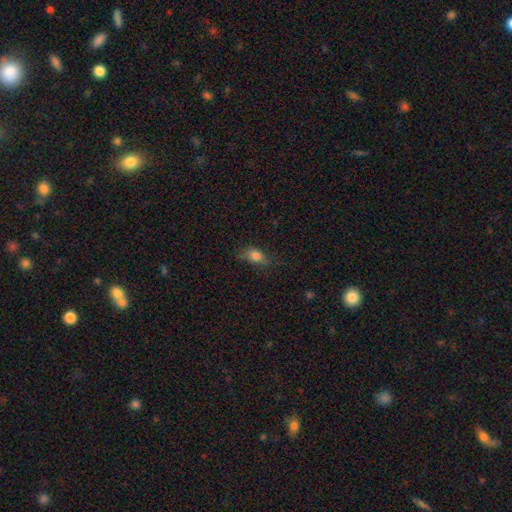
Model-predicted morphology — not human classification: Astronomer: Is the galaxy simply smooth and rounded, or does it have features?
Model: smooth — 79%.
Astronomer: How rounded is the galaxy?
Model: in between — 74%.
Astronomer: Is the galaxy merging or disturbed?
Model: none — 62%.